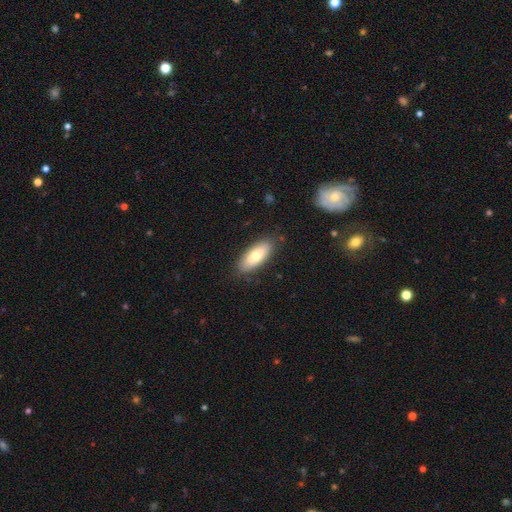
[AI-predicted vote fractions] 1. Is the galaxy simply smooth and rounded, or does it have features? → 73% smooth, 21% featured or disk, 6% star or artifact.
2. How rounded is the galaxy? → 80% in between, 18% cigar-shaped, 2% round.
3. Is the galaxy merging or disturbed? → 85% none, 11% minor disturbance, 2% major disturbance, 1% merger.